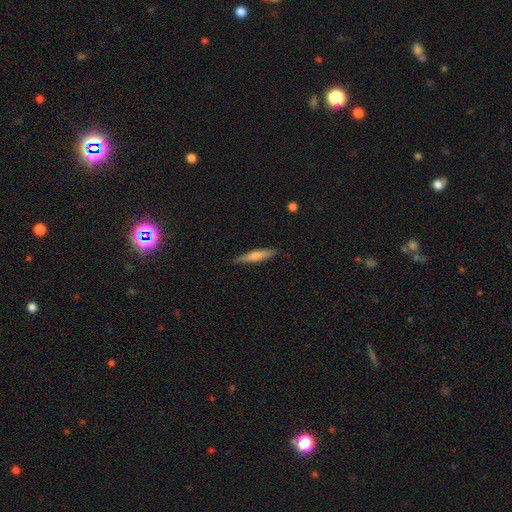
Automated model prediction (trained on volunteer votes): Smooth or featured?
  - smooth: 49% *
  - featured or disk: 44%
  - star or artifact: 7%
Merging?
  - none: 88% *
  - minor disturbance: 9%
  - major disturbance: 2%
  - merger: 1%